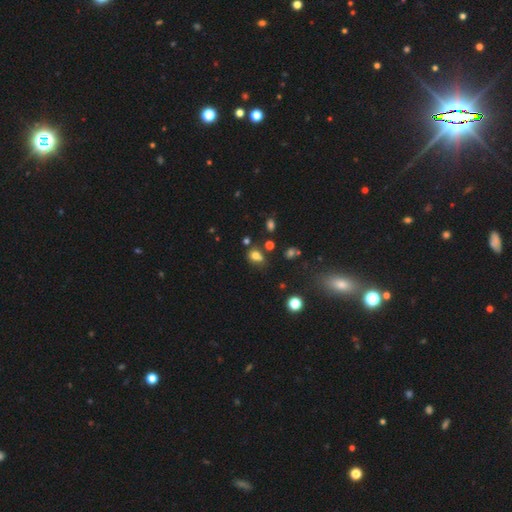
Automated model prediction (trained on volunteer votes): A smooth galaxy with no disk features (73%) that is round (55%). Merging: none (56%).